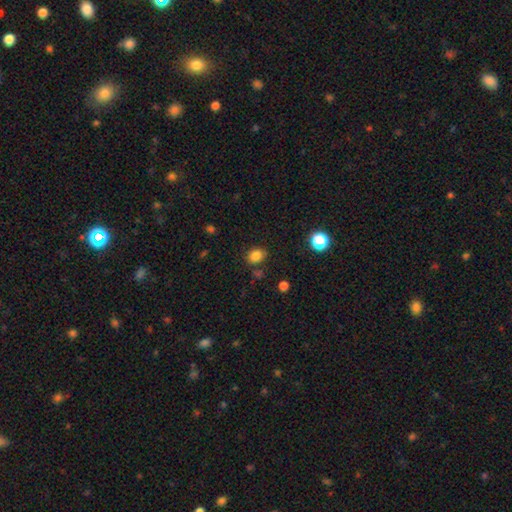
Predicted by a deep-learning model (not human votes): Morphology: type=smooth (83%); roundness=round (54%); merging=none (78%).